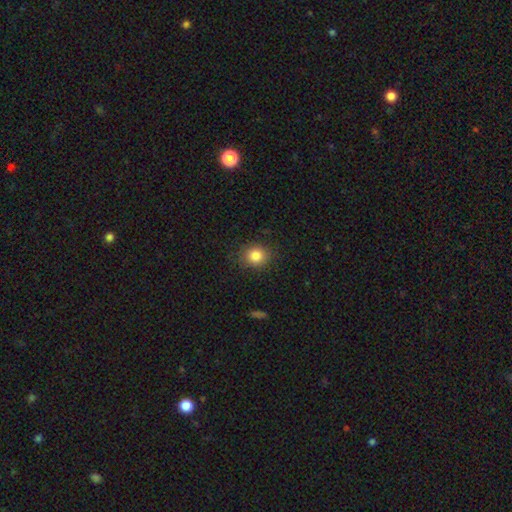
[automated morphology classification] Overall: smooth (83%). How rounded: round (73%). Merging: none (84%).